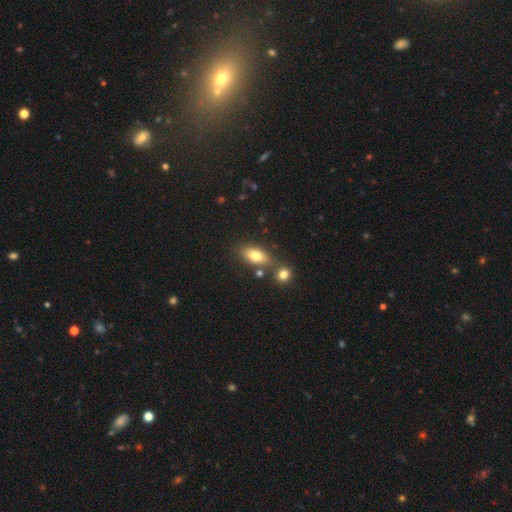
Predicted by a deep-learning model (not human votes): This is likely a smooth galaxy (77%). How rounded: clearly in between (83%). Merging: likely none (67%).